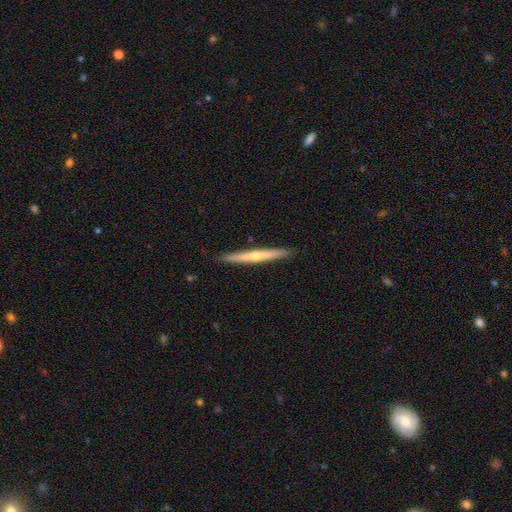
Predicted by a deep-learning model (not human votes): Smooth or featured?
  - featured or disk: 57% *
  - smooth: 38%
  - star or artifact: 5%
Edge-on disk?
  - yes: 96% *
  - no: 4%
Edge-on bulge?
  - rounded: 70% *
  - none: 28%
  - boxy: 3%
Merging?
  - none: 91% *
  - minor disturbance: 7%
  - major disturbance: 1%
  - merger: 1%